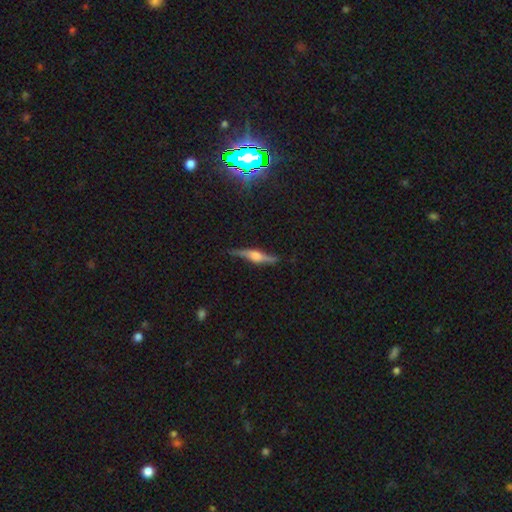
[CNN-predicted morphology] Overall: featured or disk (75%). Edge-on disk: yes (95%). Edge-on bulge: rounded (89%). Merging: none (82%).